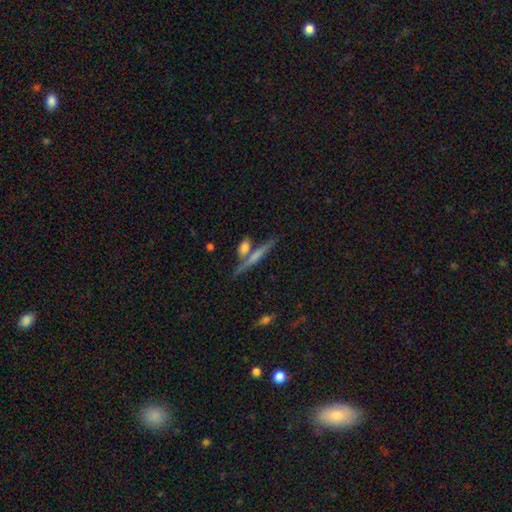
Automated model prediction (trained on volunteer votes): The model was most divided on "smooth or featured": featured or disk: 47%, smooth: 45%, star or artifact: 8%. More confident: merging — none (64%).